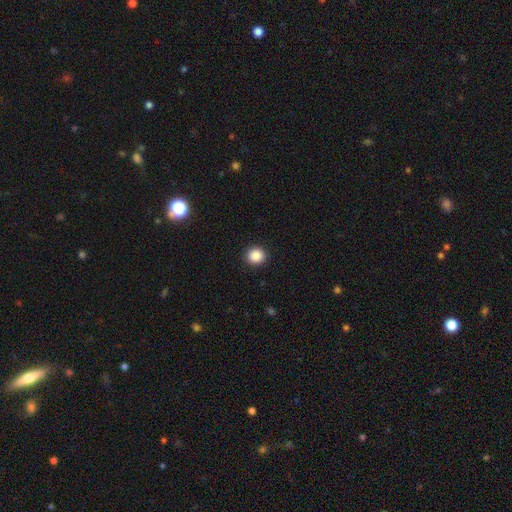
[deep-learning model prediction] Q: Smooth or featured?
A: smooth (88%); runner-up: star or artifact (10%)
Q: How rounded?
A: round (91%); runner-up: in between (8%)
Q: Merging?
A: none (92%); runner-up: minor disturbance (5%)